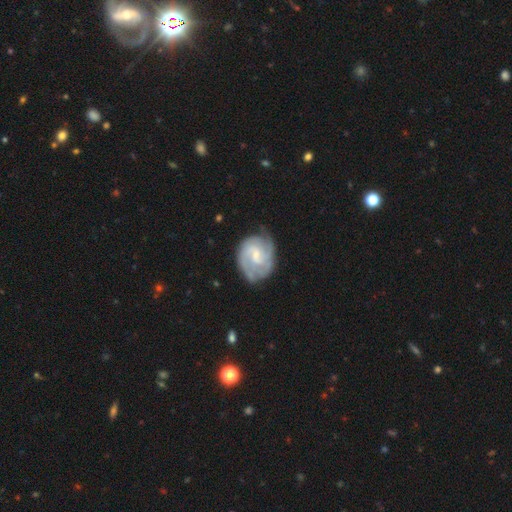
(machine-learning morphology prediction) Overall: featured or disk (83%). Edge-on disk: no (98%). Bar: weak (56%; no 34%). Spiral arms: yes (95%). Spiral arm count: 2 (56%; can't tell 20%). Spiral winding: tight (49%; medium 40%). Bulge size: small (62%; moderate 31%). Merging: none (66%).